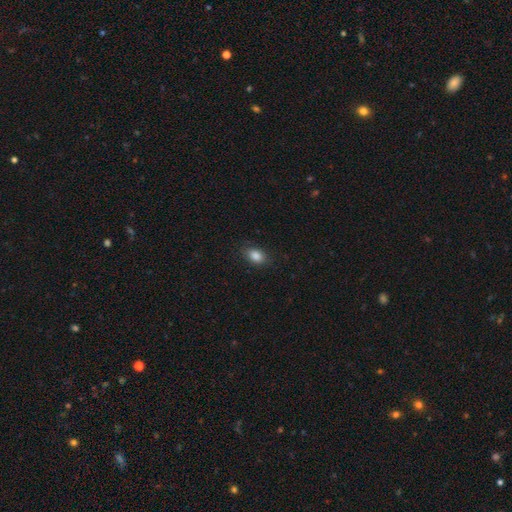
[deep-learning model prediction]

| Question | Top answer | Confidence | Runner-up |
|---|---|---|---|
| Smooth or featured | smooth | 86% | star or artifact (9%) |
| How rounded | in between | 82% | round (17%) |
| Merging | none | 84% | minor disturbance (12%) |